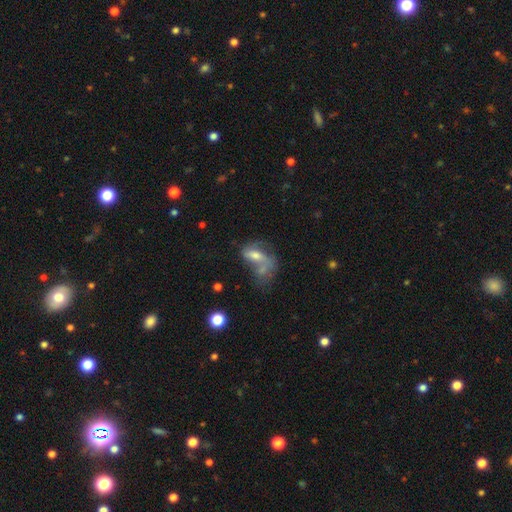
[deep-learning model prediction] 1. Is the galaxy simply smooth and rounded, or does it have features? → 47% featured or disk, 38% smooth, 15% star or artifact.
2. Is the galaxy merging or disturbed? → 44% merger, 23% none, 20% major disturbance, 13% minor disturbance.